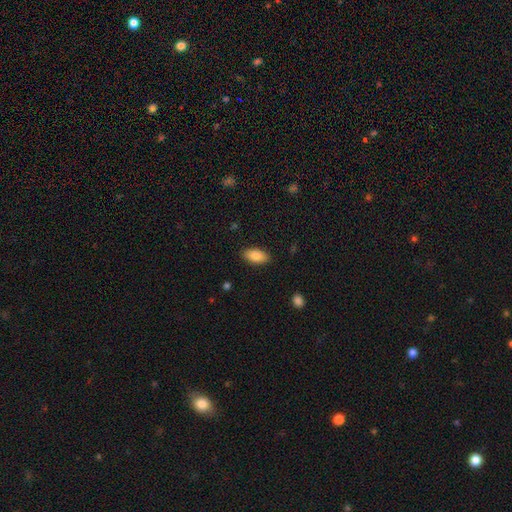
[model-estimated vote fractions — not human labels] A smooth galaxy with no disk features (85%) that is in between round and cigar-shaped (92%). Merging: none (88%).